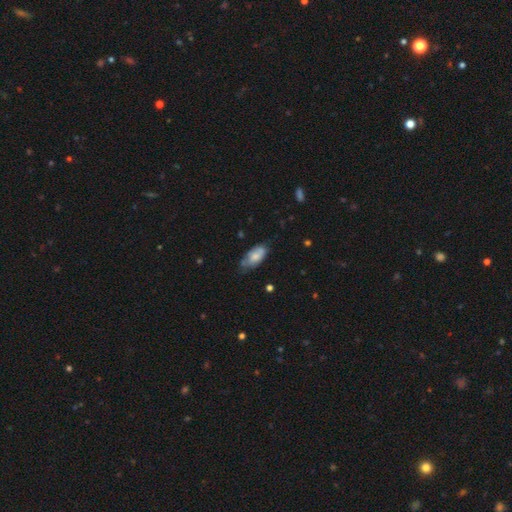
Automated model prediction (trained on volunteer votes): smooth-or-featured: smooth: 70% | featured or disk: 23% | star or artifact: 7%
  how-rounded: in between: 91% | cigar-shaped: 7% | round: 3%
  merging: none: 51% | minor disturbance: 35% | major disturbance: 9% | merger: 4%